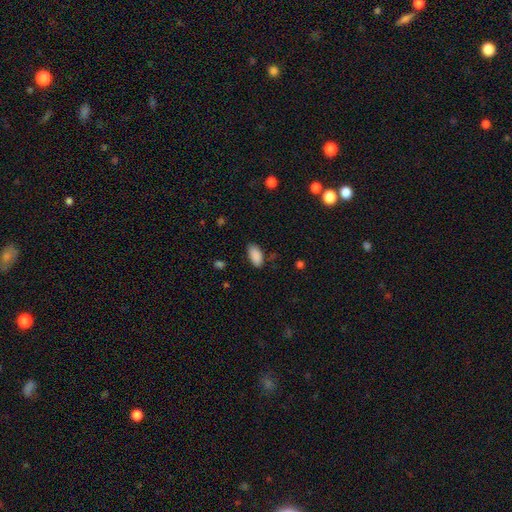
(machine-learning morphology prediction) Smooth or featured? Predicted: smooth (p=0.90). How rounded? Predicted: in between (p=0.94). Merging? Predicted: none (p=0.84).